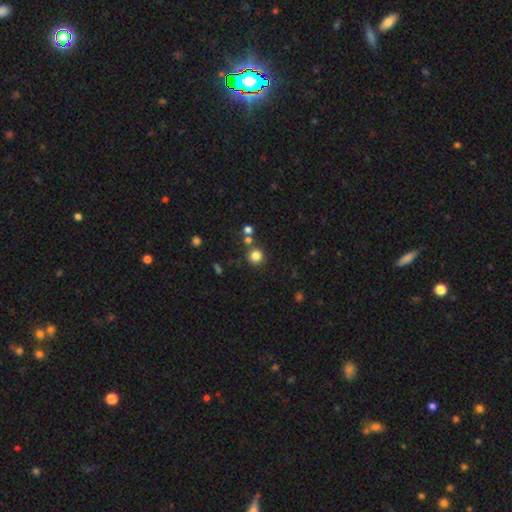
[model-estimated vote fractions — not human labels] Smooth or featured? Predicted: smooth (p=0.82). How rounded? Predicted: round (p=0.93). Merging? Predicted: none (p=0.78).